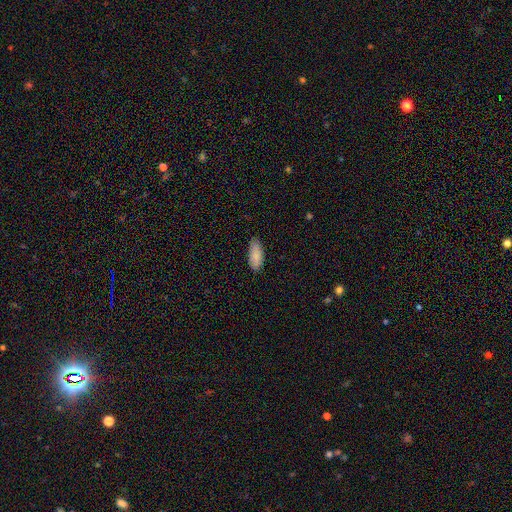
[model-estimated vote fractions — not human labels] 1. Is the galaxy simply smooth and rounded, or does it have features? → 87% smooth, 7% featured or disk, 6% star or artifact.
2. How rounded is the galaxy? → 82% in between, 16% cigar-shaped, 2% round.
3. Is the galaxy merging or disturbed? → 83% none, 14% minor disturbance, 2% major disturbance, 1% merger.